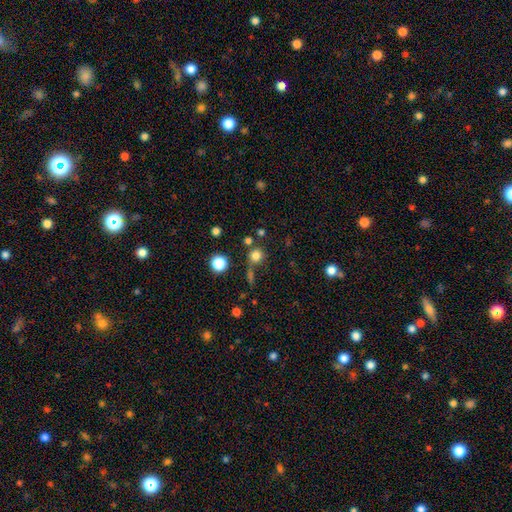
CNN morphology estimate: This is likely a smooth galaxy (77%). How rounded: clearly round (91%). Merging: likely none (67%).